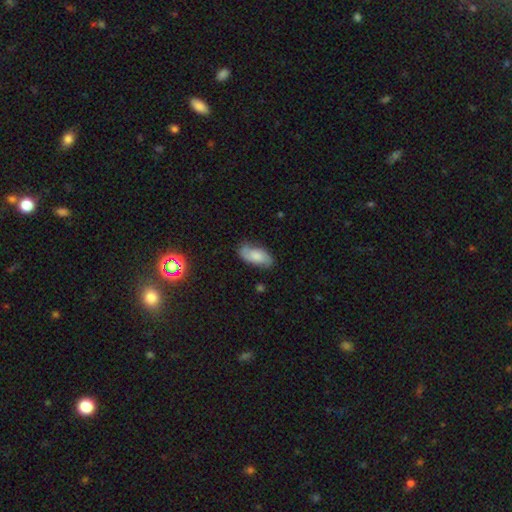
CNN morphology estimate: type=smooth (57%); roundness=in between (90%); merging=none (69%).